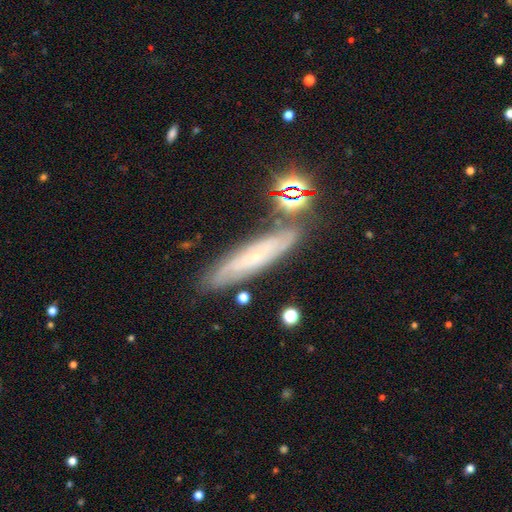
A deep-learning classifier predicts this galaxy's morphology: This appears to be a featured or disk galaxy (56%). Merging: none (78%).